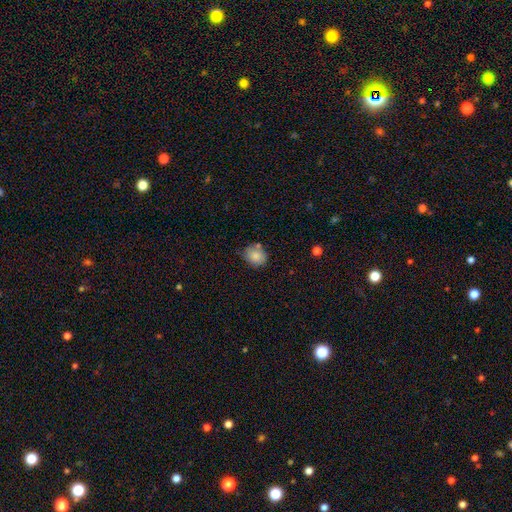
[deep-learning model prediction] This is clearly a smooth galaxy (83%). How rounded: likely round (69%). Merging: likely none (71%).